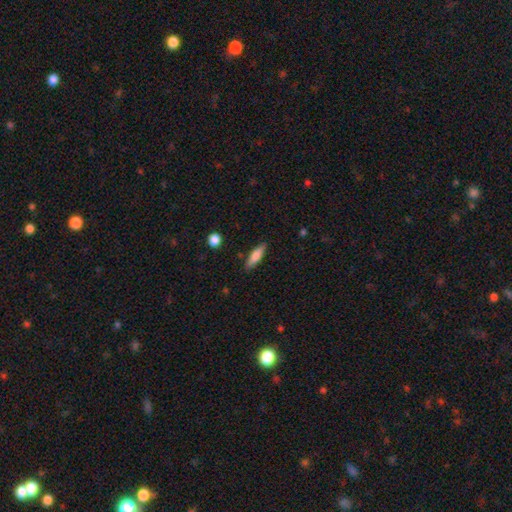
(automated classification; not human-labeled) Smooth or featured: smooth — 73% (featured or disk — 21%)
How rounded: cigar-shaped — 65% (in between — 33%)
Merging: none — 86% (minor disturbance — 10%)